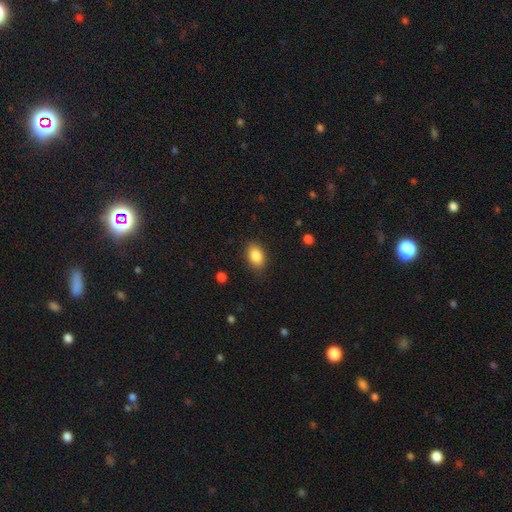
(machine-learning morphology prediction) This appears to be a smooth galaxy with no disk features (87%) that is in between round and cigar-shaped (86%). Merging: none (86%).